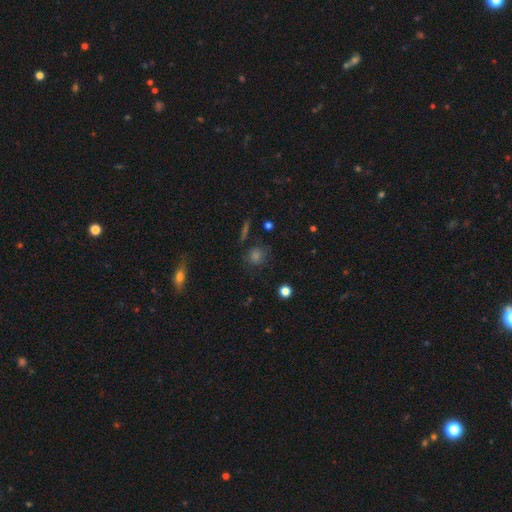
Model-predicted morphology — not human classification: type=smooth (59%); roundness=round (83%); merging=none (78%).